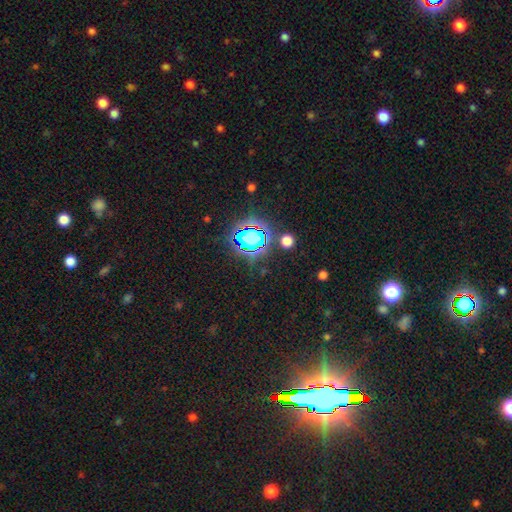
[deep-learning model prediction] Morphology: type=star or artifact (83%).